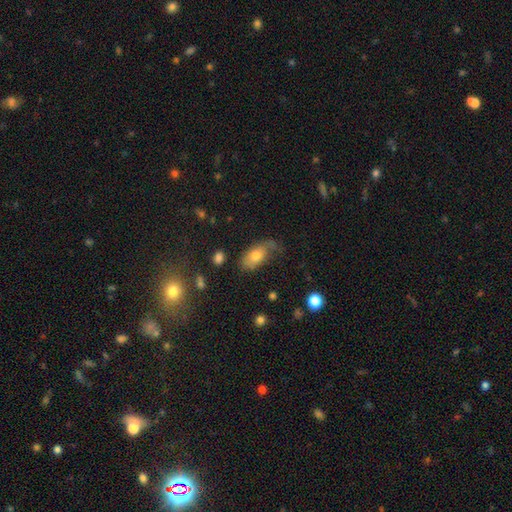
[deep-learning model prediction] Overall: smooth (70%). How rounded: in between (90%). Merging: none (45%; minor disturbance 32%).